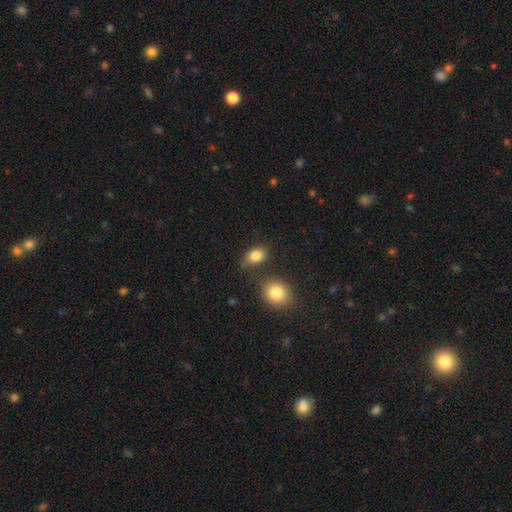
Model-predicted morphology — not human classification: Overall: smooth (84%). How rounded: in between (73%). Merging: none (65%).